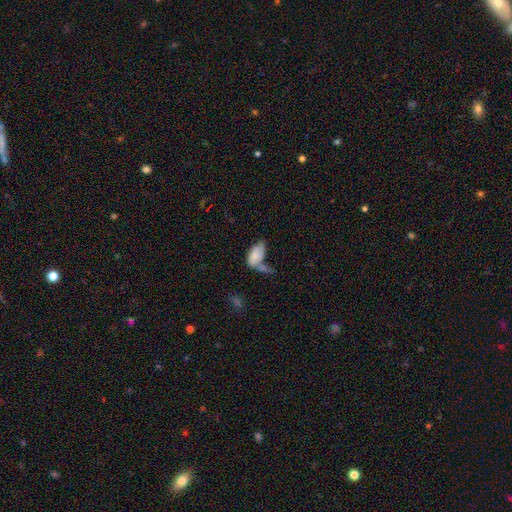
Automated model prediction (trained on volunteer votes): Smooth or featured? smooth (71%)
How rounded? in between (93%)
Merging? merger (38%)